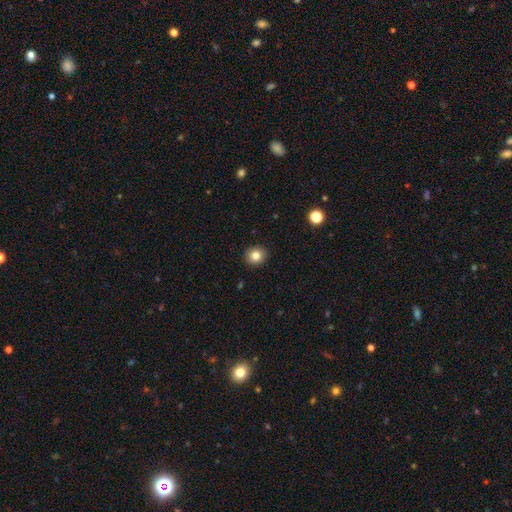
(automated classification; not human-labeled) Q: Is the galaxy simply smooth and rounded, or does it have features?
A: smooth — 82%.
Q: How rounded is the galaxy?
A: round — 79%.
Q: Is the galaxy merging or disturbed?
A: none — 91%.